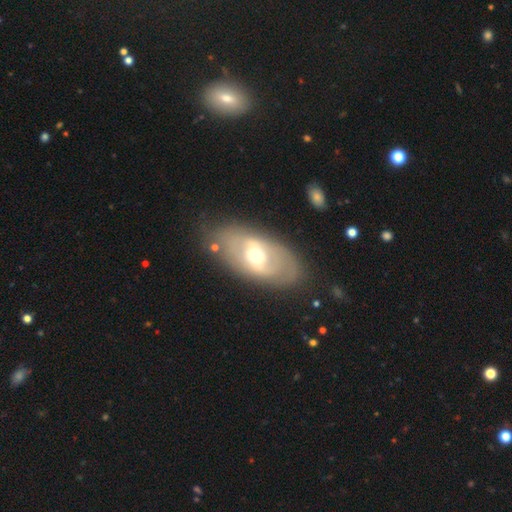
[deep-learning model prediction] This appears to be a featured or disk galaxy (63%) with a weak bar (43%), no spiral arms (58%) and a moderate central bulge (68%). Merging: none (76%).